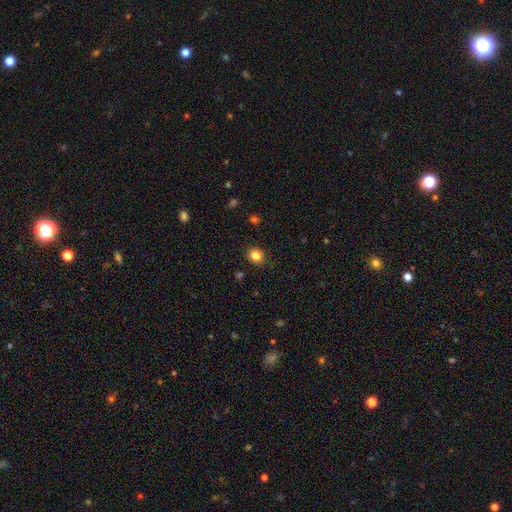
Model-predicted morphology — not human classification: Smooth or featured?
  - smooth: 84% *
  - star or artifact: 11%
  - featured or disk: 5%
How rounded?
  - round: 70% *
  - in between: 29%
  - cigar-shaped: 1%
Merging?
  - none: 87% *
  - minor disturbance: 9%
  - major disturbance: 2%
  - merger: 1%